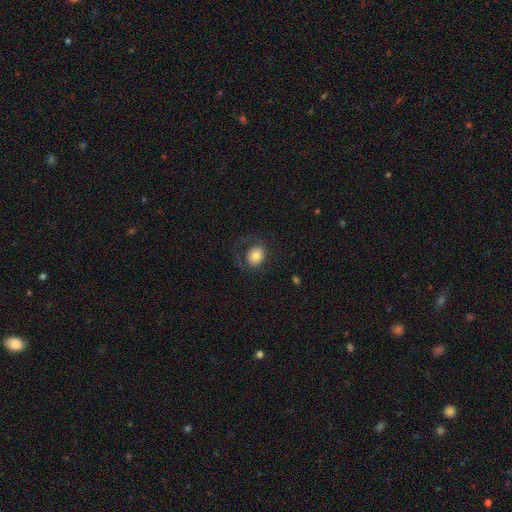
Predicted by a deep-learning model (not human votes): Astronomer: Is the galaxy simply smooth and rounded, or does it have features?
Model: smooth — 72%.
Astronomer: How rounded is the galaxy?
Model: round — 60% (runner-up: in between, 39%).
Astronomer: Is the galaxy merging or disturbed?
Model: none — 65%.